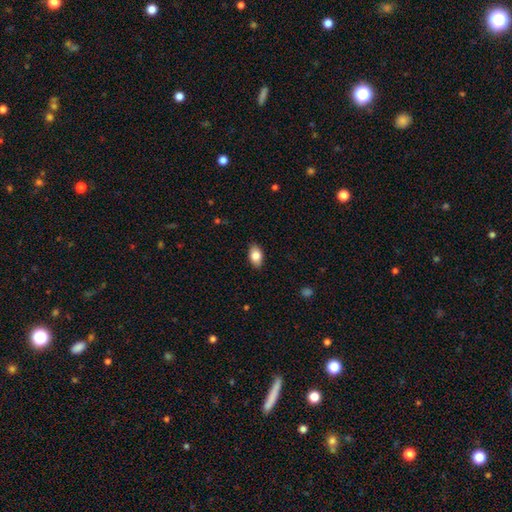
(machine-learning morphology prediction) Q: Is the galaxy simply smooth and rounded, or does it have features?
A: smooth — 83%.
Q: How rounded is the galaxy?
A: in between — 90%.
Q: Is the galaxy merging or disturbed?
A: none — 87%.